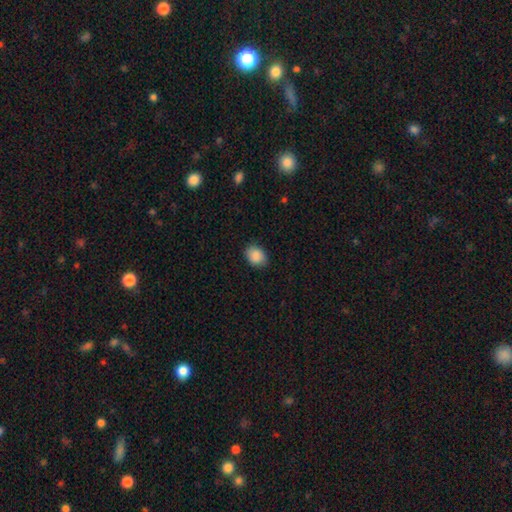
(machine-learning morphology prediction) smooth_or_featured: smooth (p=0.89) [alt: star or artifact p=0.07]
how_rounded: in between (p=0.59) [alt: round p=0.40]
merging: none (p=0.86) [alt: minor disturbance p=0.11]